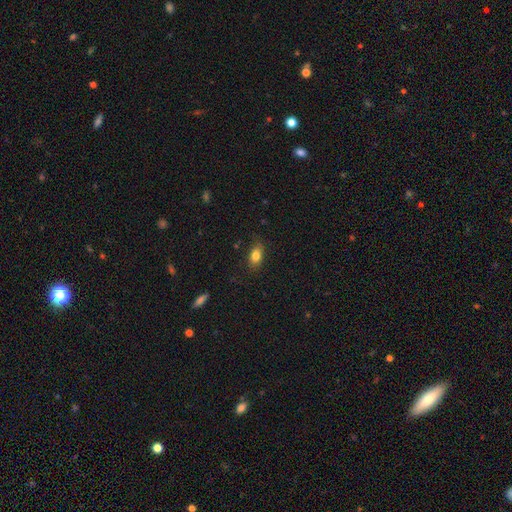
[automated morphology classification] Q: Smooth or featured?
A: smooth (82%); runner-up: featured or disk (10%)
Q: How rounded?
A: in between (85%); runner-up: round (11%)
Q: Merging?
A: none (81%); runner-up: minor disturbance (15%)